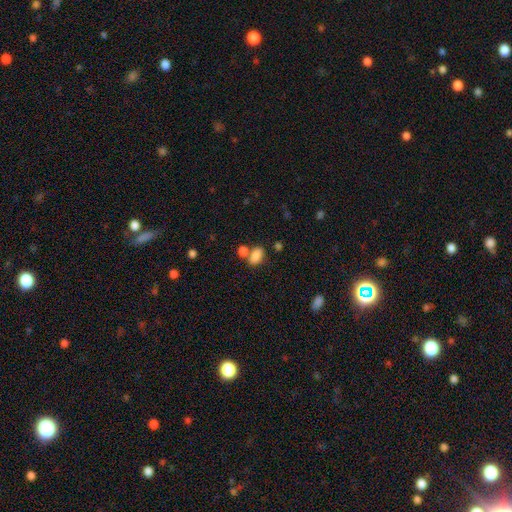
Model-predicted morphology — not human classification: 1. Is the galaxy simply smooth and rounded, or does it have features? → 85% smooth, 9% star or artifact, 6% featured or disk.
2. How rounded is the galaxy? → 88% in between, 9% round, 2% cigar-shaped.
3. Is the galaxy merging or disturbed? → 54% none, 29% merger, 13% minor disturbance, 5% major disturbance.